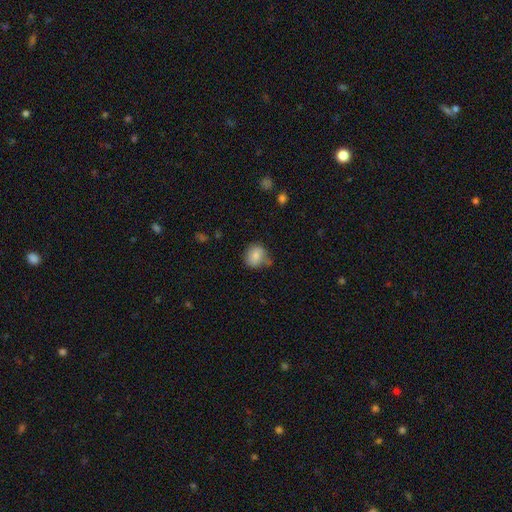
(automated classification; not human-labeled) A smooth galaxy with no disk features (81%) that is round (73%).

Vote fractions:
- Smooth or featured? smooth: 81% / featured or disk: 10% / star or artifact: 9%
- How rounded? round: 73% / in between: 26% / cigar-shaped: 1%
- Merging? none: 65% / minor disturbance: 24% / merger: 6% / major disturbance: 6%